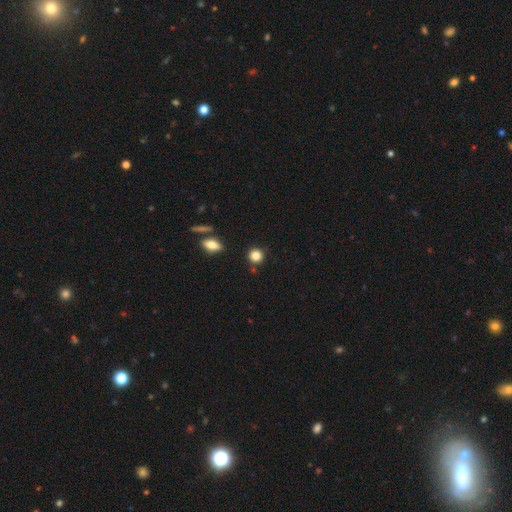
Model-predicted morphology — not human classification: A smooth galaxy with no disk features (84%) that is round (91%). Merging: none (86%).